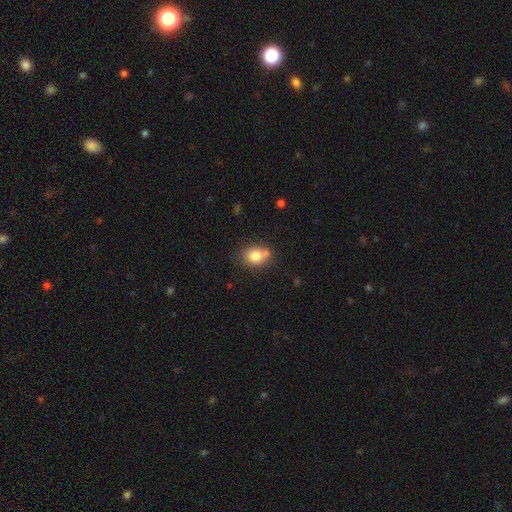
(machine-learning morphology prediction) A smooth galaxy with no disk features (81%) that is in between round and cigar-shaped (50%).

Vote fractions:
- Smooth or featured? smooth: 81% / featured or disk: 10% / star or artifact: 9%
- How rounded? in between: 50% / round: 49% / cigar-shaped: 1%
- Merging? none: 59% / merger: 19% / minor disturbance: 17% / major disturbance: 5%